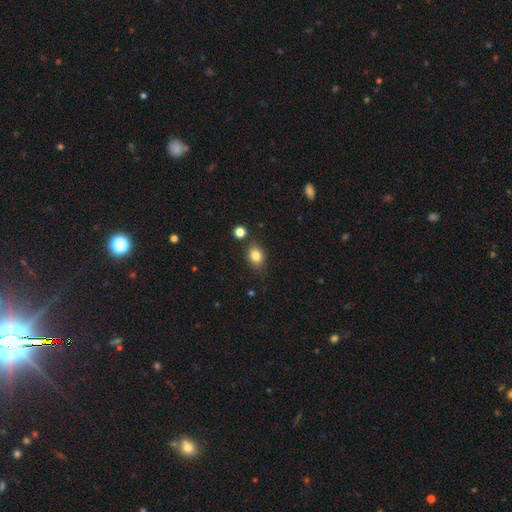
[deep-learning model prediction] This is clearly a smooth galaxy (83%). How rounded: likely in between (69%). Merging: likely none (79%).